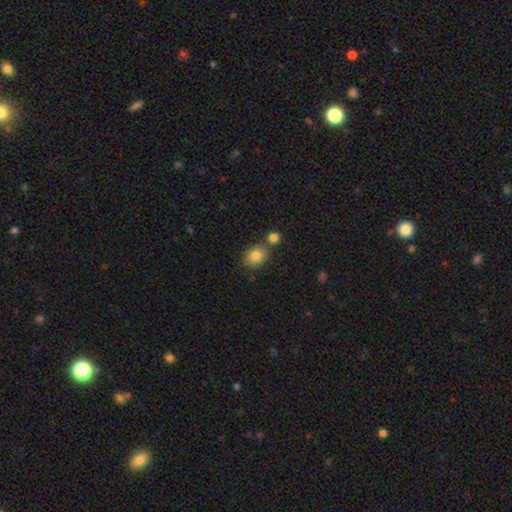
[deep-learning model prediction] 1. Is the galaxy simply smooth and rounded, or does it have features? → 82% smooth, 9% star or artifact, 8% featured or disk.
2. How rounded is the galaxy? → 50% in between, 49% round, 1% cigar-shaped.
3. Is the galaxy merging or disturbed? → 64% none, 22% merger, 12% minor disturbance, 3% major disturbance.